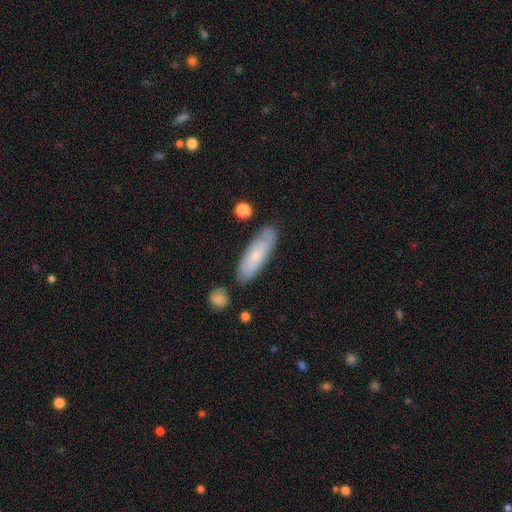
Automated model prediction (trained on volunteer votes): Morphology: type=smooth (67%); roundness=in between (52%); merging=none (77%).